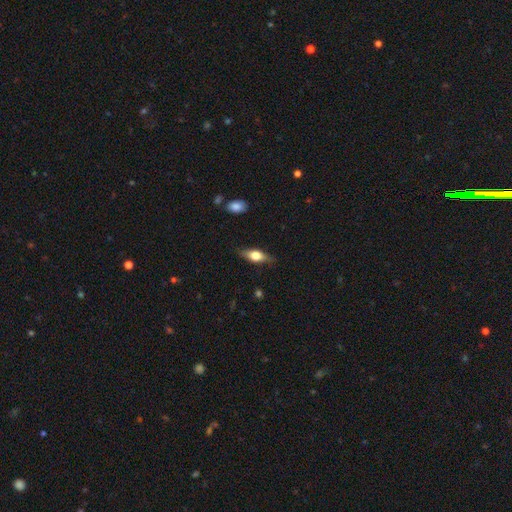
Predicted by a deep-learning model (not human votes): A smooth galaxy with no disk features (55%) that is in between round and cigar-shaped (68%).

Vote fractions:
- Smooth or featured? smooth: 55% / featured or disk: 38% / star or artifact: 7%
- How rounded? in between: 68% / cigar-shaped: 27% / round: 5%
- Merging? none: 80% / minor disturbance: 15% / major disturbance: 3% / merger: 1%